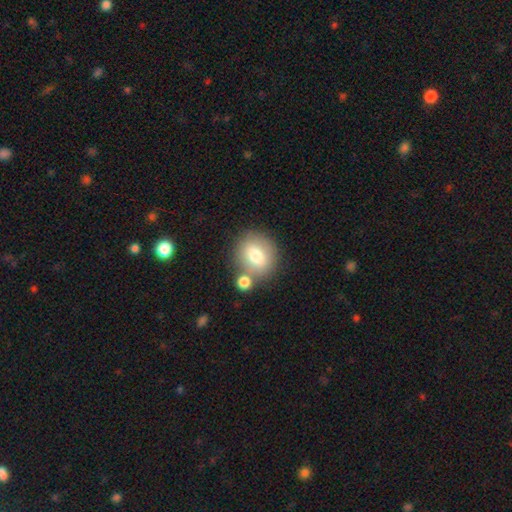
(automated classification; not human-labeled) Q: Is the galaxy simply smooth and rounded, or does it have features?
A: smooth — 73%.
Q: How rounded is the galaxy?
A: round — 72%.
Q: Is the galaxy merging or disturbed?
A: none — 65%.